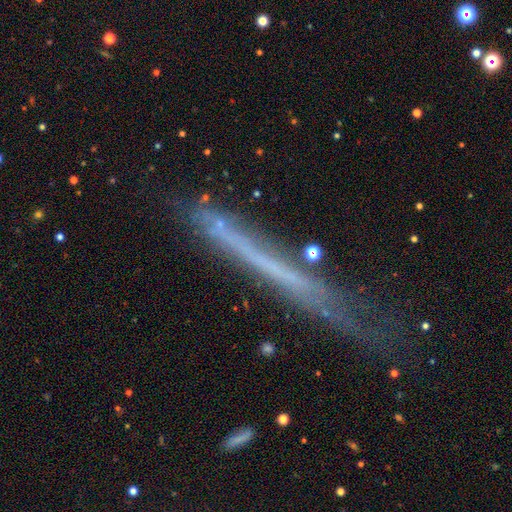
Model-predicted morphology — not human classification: Overall: featured or disk (55%; smooth 34%). Edge-on disk: yes (88%). Merging: none (61%; minor disturbance 25%).